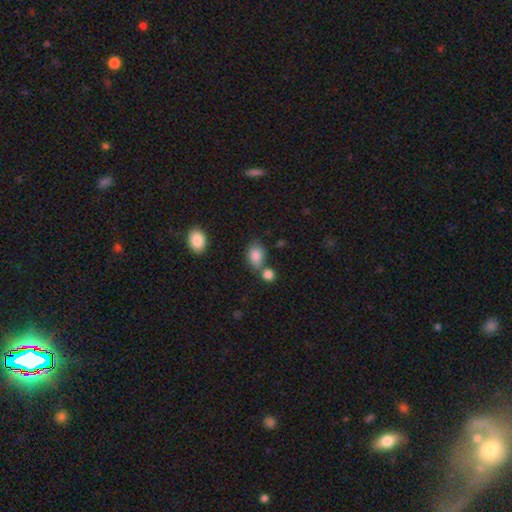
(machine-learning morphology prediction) This is clearly a smooth galaxy (85%). How rounded: likely in between (74%). Merging: possibly none (54%).